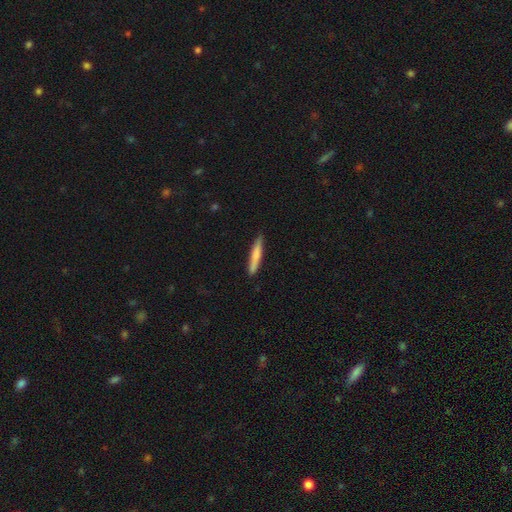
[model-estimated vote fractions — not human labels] Smooth or featured? smooth (70%)
How rounded? cigar-shaped (94%)
Merging? none (87%)